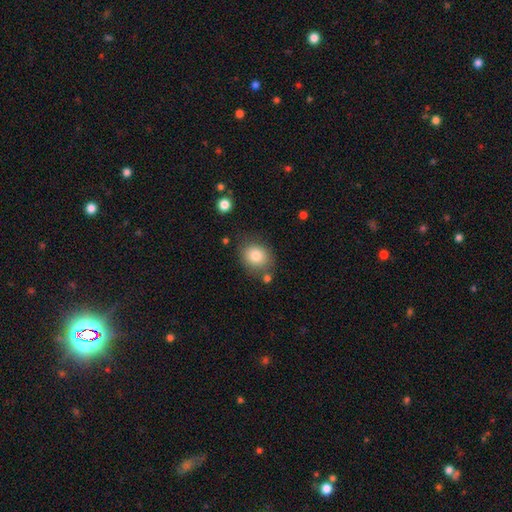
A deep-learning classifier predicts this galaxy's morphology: Q: Smooth or featured?
A: smooth (81%); runner-up: featured or disk (10%)
Q: How rounded?
A: round (64%); runner-up: in between (36%)
Q: Merging?
A: none (74%); runner-up: minor disturbance (15%)